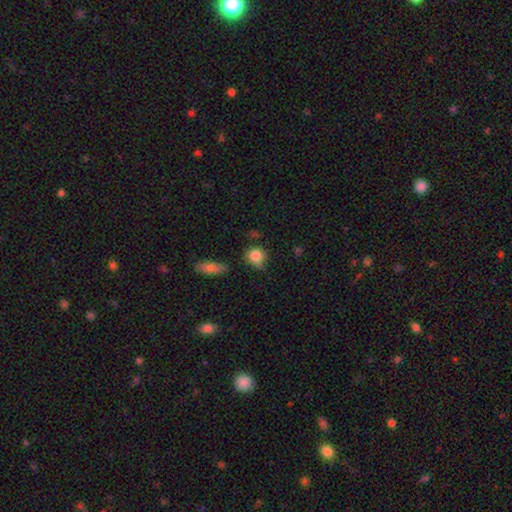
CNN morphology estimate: Smooth or featured? Predicted: smooth (p=0.83). How rounded? Predicted: round (p=0.77). Merging? Predicted: none (p=0.55).